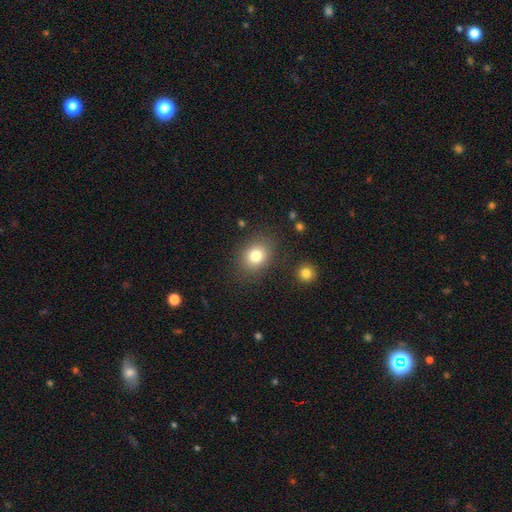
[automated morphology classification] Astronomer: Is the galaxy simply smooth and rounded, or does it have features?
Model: smooth — 80%.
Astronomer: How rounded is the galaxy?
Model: round — 53% (runner-up: in between, 46%).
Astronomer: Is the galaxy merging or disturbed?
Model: none — 83%.